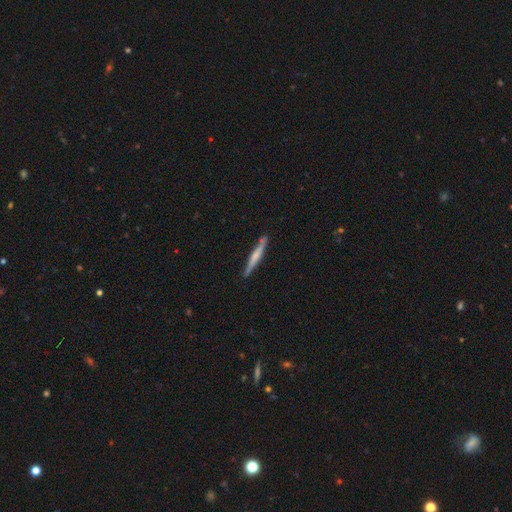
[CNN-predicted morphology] A featured or disk galaxy (50%) viewed edge-on (96%). Merging: none (85%).